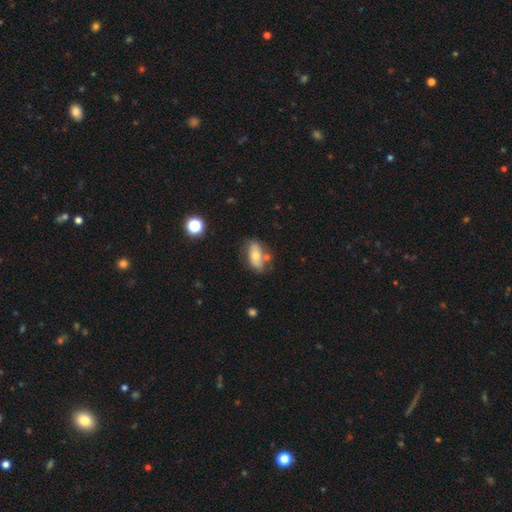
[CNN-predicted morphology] The model was most divided on "smooth or featured": smooth: 61%, featured or disk: 31%, star or artifact: 8%. More confident: how rounded — in between (83%); merging — none (63%).